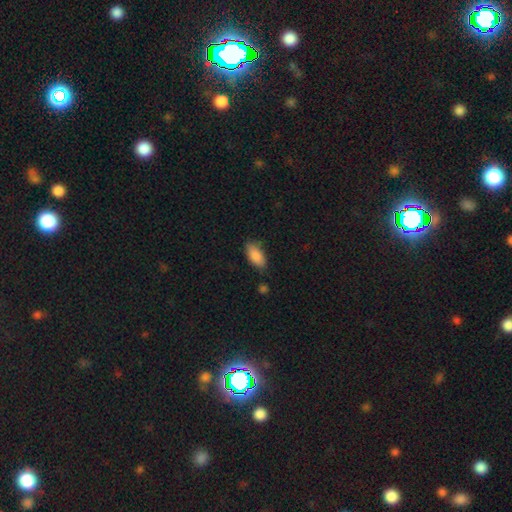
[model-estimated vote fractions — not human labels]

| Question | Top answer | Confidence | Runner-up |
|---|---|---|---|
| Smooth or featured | smooth | 88% | star or artifact (6%) |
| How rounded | in between | 89% | cigar-shaped (8%) |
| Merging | none | 76% | minor disturbance (18%) |